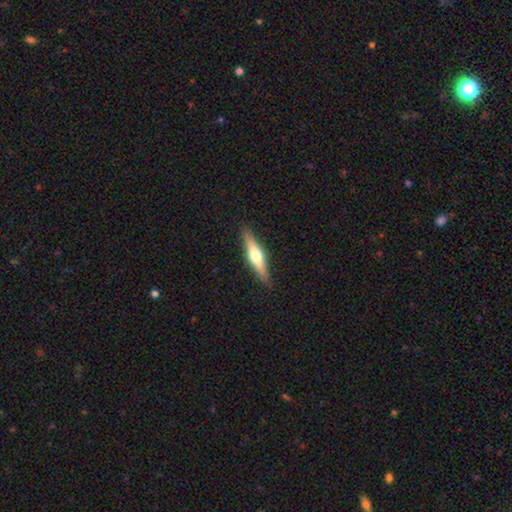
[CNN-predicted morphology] smooth-or-featured: featured or disk: 53% | smooth: 41% | star or artifact: 6%
  disk-edge-on: yes: 95% | no: 5%
    edge-on-bulge: rounded: 91% | boxy: 5% | none: 4%
  merging: none: 90% | minor disturbance: 8% | major disturbance: 2% | merger: 1%